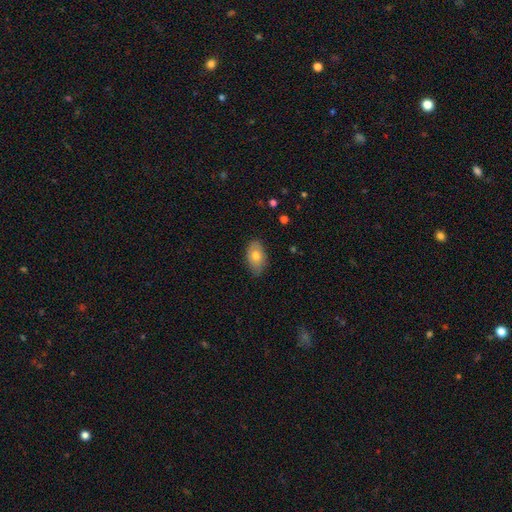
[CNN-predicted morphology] This is likely a smooth galaxy (72%). How rounded: clearly in between (91%). Merging: likely none (76%).